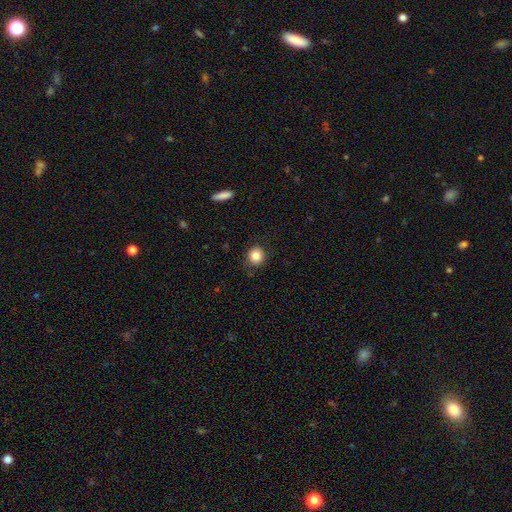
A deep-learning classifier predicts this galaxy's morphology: Smooth or featured? smooth (85%)
How rounded? round (87%)
Merging? none (86%)